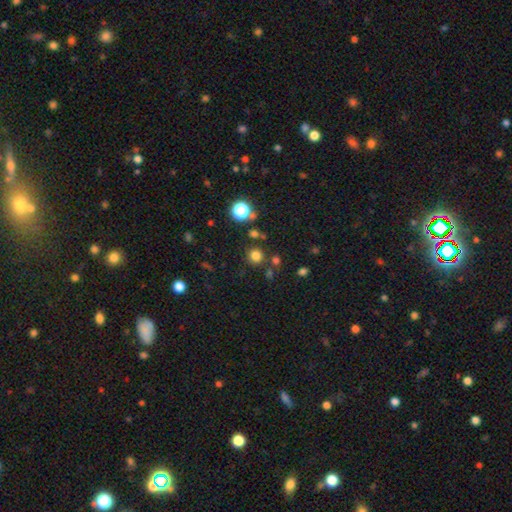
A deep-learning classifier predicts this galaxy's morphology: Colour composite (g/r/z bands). It shows a smooth galaxy with no disk features (77%) that is round (93%). Merging: none (83%).